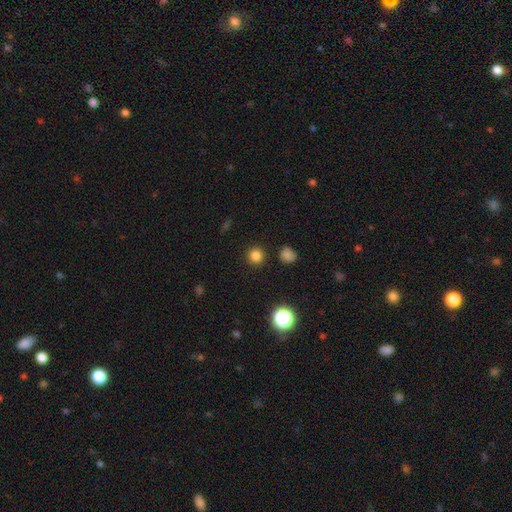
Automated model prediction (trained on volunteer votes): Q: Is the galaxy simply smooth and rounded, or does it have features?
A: smooth — 81%.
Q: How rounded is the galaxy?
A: round — 94%.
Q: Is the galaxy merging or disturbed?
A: none — 90%.